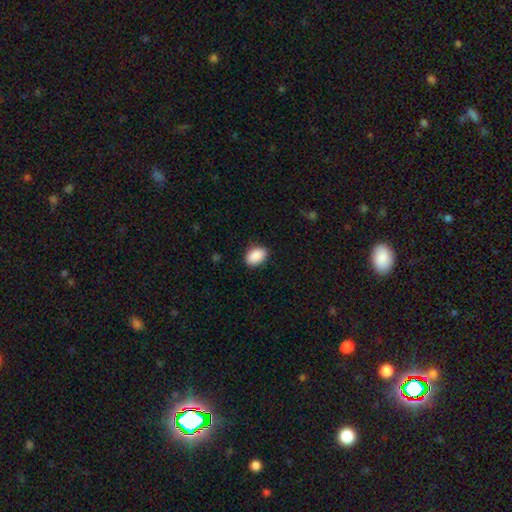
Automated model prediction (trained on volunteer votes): smooth-or-featured: smooth: 90% | star or artifact: 7% | featured or disk: 3%
  how-rounded: in between: 88% | round: 11% | cigar-shaped: 1%
  merging: none: 86% | minor disturbance: 11% | major disturbance: 2% | merger: 1%